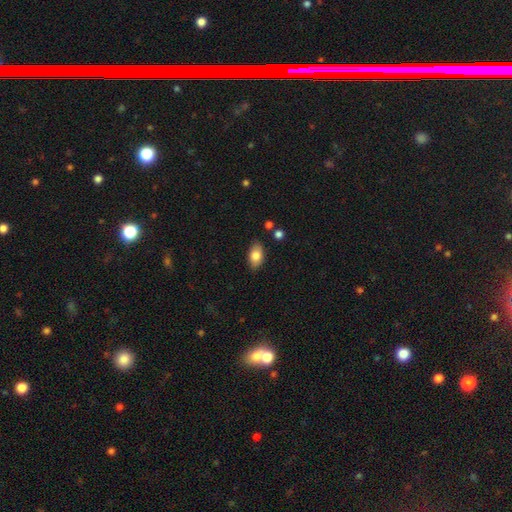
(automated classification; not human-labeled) Overall: smooth (81%). How rounded: in between (90%). Merging: none (84%).